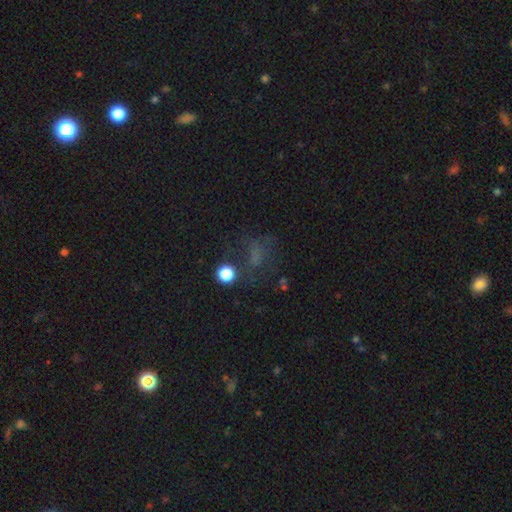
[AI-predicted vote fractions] smooth-or-featured: smooth: 40% (tied) | star or artifact: 40% (tied) | featured or disk: 20%
  merging: none: 50% | major disturbance: 25% | minor disturbance: 18% | merger: 7%